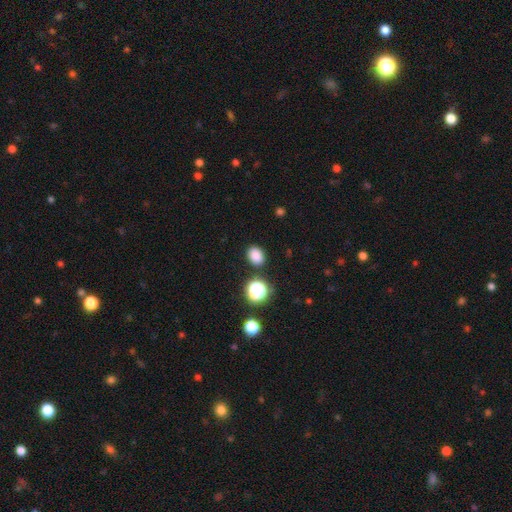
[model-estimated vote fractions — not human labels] This appears to be a smooth galaxy with no disk features (82%) that is in between round and cigar-shaped (58%). Merging: none (85%).